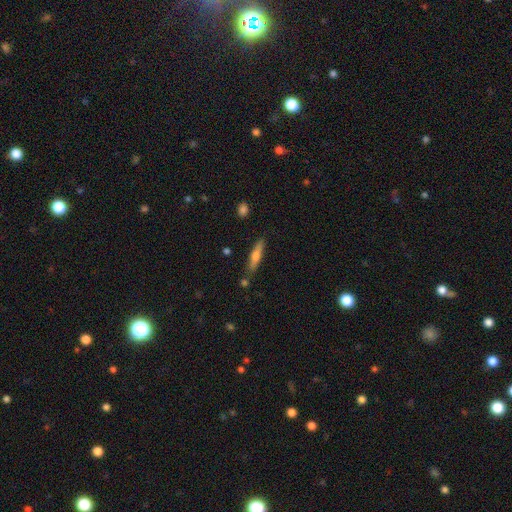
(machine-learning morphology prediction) Smooth or featured? smooth (57%)
How rounded? cigar-shaped (85%)
Merging? none (79%)